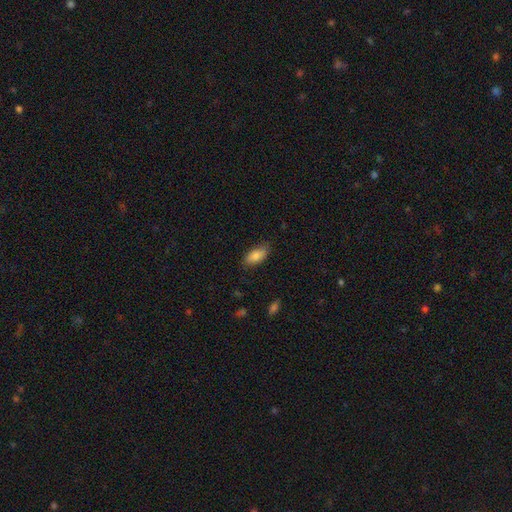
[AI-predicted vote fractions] Smooth or featured: smooth — 83% (featured or disk — 10%)
How rounded: in between — 89% (cigar-shaped — 9%)
Merging: none — 78% (minor disturbance — 18%)